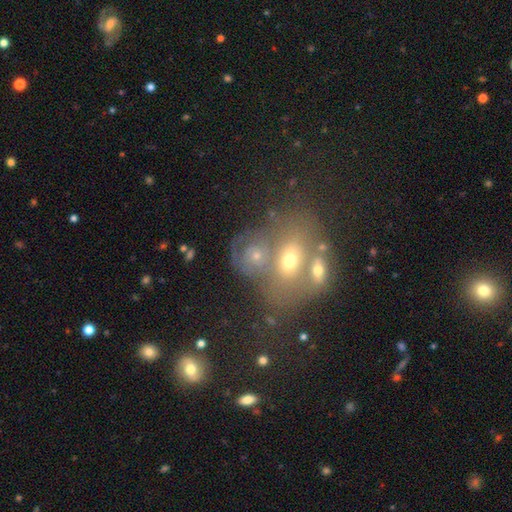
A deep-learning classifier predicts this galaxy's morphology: smooth 47%, featured or disk 40%, star or artifact 13%. Down the decision tree: merging — merger (55%).